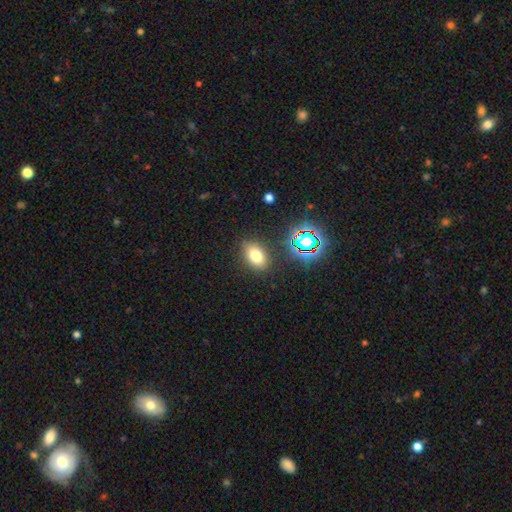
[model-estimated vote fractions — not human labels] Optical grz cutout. It shows a smooth galaxy with no disk features (70%) that is in between round and cigar-shaped (80%). Merging: none (85%).